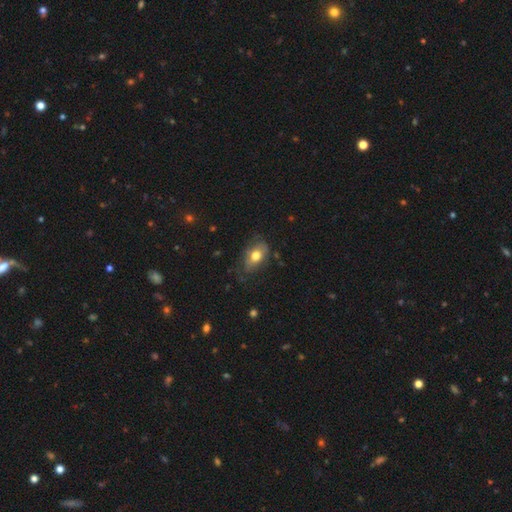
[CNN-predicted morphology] type=smooth (66%); roundness=in between (84%); merging=none (60%).